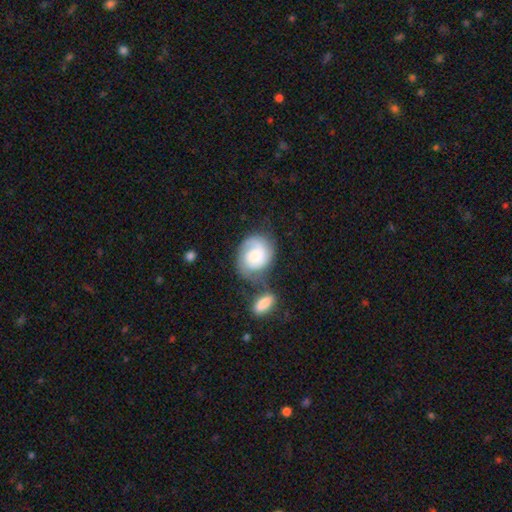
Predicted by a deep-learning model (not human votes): Smooth or featured: featured or disk — 63% (smooth — 31%)
Edge-on disk: no — 98% (yes — 2%)
Bar: no — 66% (weak — 29%)
Spiral arms: yes — 91% (no — 9%)
Spiral winding: tight — 49% (medium — 36%)
Spiral arm count: 2 — 54% (1 — 26%)
Bulge size: moderate — 36% (small — 29%)
Merging: none — 44% (merger — 23%)